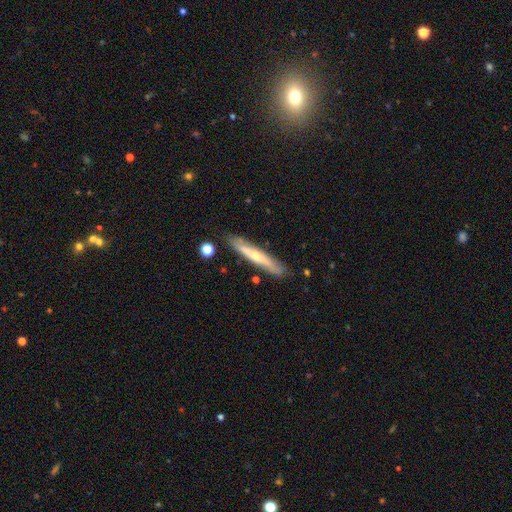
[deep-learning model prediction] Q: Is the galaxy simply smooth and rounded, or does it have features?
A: featured or disk — 52%.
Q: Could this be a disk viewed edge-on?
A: yes — 83%.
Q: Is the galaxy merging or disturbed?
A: none — 84%.